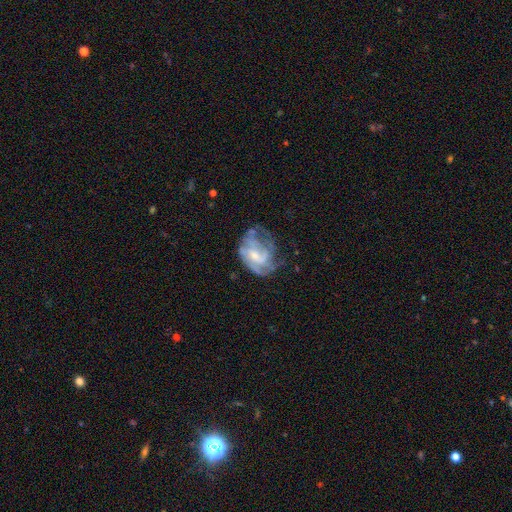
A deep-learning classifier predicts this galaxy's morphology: A featured or disk galaxy (75%) with no bar (51%), tight (40%, tied with medium) spiral arms (78%) and a small central bulge (55%).

Vote fractions:
- Smooth or featured? featured or disk: 75% / smooth: 18% / star or artifact: 7%
- Edge-on disk? no: 97% / yes: 3%
- Bar? no: 51% / weak: 42% / strong: 8%
- Spiral arms? yes: 78% / no: 22%
- Spiral winding? tight: 40% (tied) / medium: 40% (tied) / loose: 19%
- Spiral arm count? can't tell: 41% / 3: 20% / 2: 20% / 4: 10% / 1: 6% / more than 4: 4%
- Bulge size? small: 55% / moderate: 35% / none: 7% / large: 2% / dominant: 1%
- Merging? none: 43% / major disturbance: 28% / minor disturbance: 27% / merger: 3%